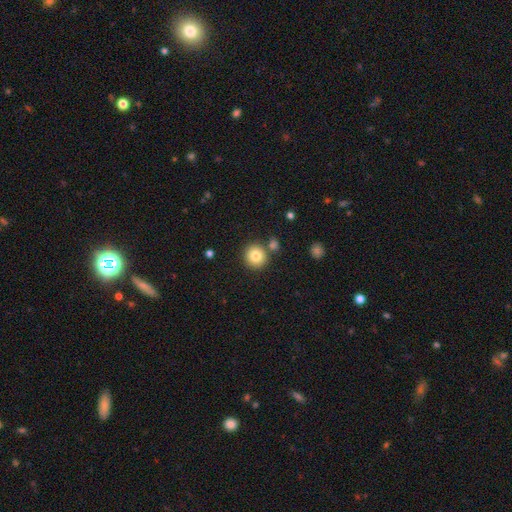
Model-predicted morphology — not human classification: Smooth or featured? smooth (82%)
How rounded? round (92%)
Merging? none (80%)